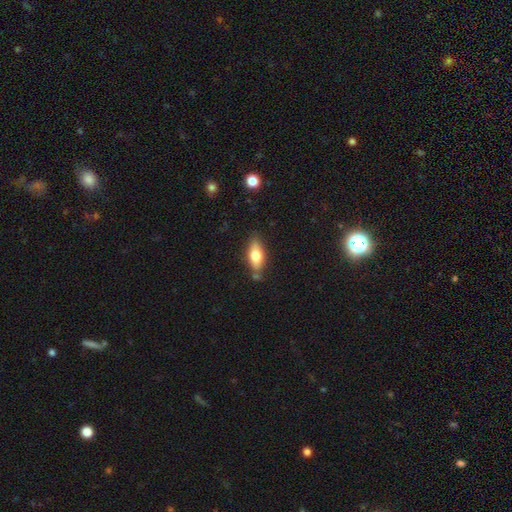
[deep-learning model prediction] A smooth galaxy with no disk features (70%) that is in between round and cigar-shaped (78%). Merging: none (73%).